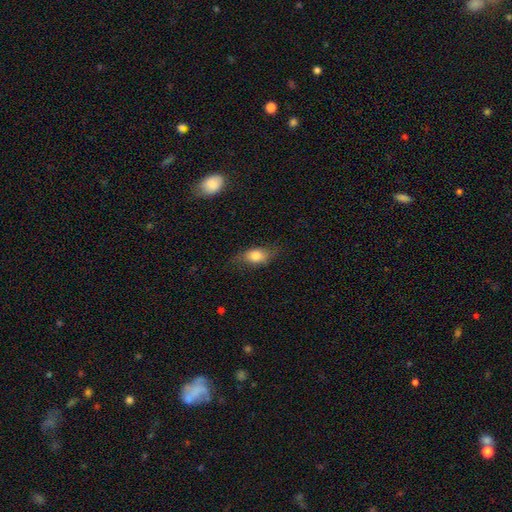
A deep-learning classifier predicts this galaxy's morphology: Smooth or featured? Predicted: smooth (p=0.74). How rounded? Predicted: in between (p=0.81). Merging? Predicted: none (p=0.66).